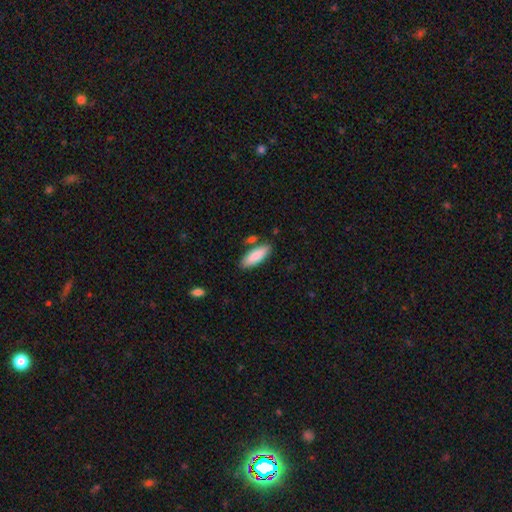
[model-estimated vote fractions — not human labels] smooth-or-featured: smooth: 86% | featured or disk: 9% | star or artifact: 5%
  how-rounded: in between: 62% | cigar-shaped: 36% | round: 2%
  merging: none: 79% | minor disturbance: 12% | merger: 7% | major disturbance: 3%